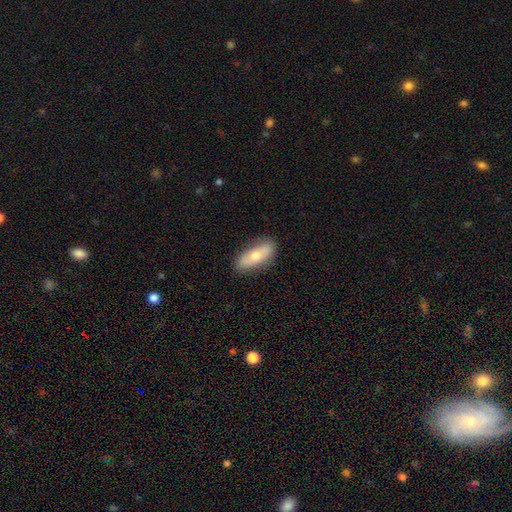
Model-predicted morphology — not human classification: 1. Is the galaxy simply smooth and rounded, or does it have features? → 68% smooth, 26% featured or disk, 6% star or artifact.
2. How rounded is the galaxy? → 73% in between, 24% cigar-shaped, 3% round.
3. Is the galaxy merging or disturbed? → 84% none, 12% minor disturbance, 3% major disturbance, 1% merger.